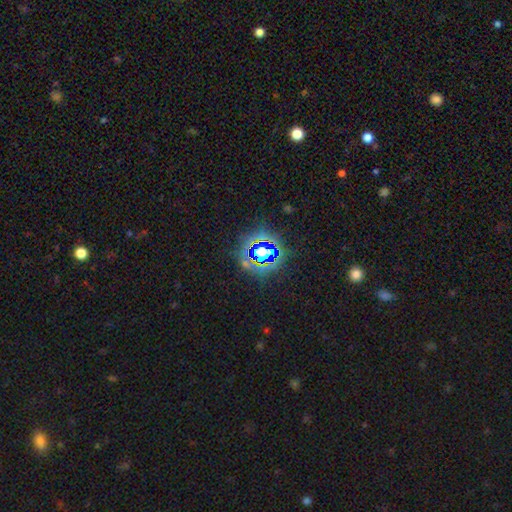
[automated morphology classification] Overall: star or artifact (77%).